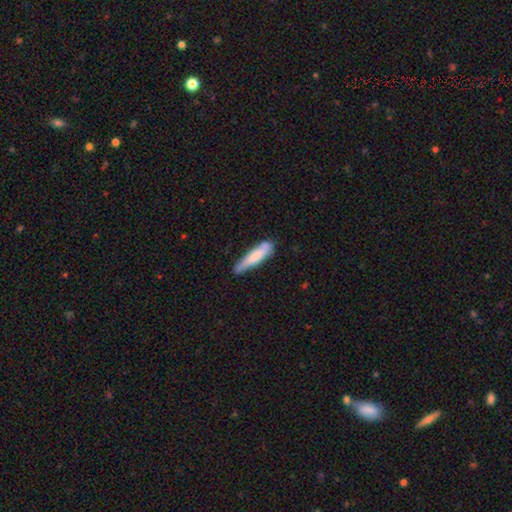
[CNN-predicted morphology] smooth-or-featured: smooth: 73% | featured or disk: 21% | star or artifact: 5%
  how-rounded: cigar-shaped: 82% | in between: 17% | round: 1%
  merging: none: 67% | minor disturbance: 26% | major disturbance: 5% | merger: 3%